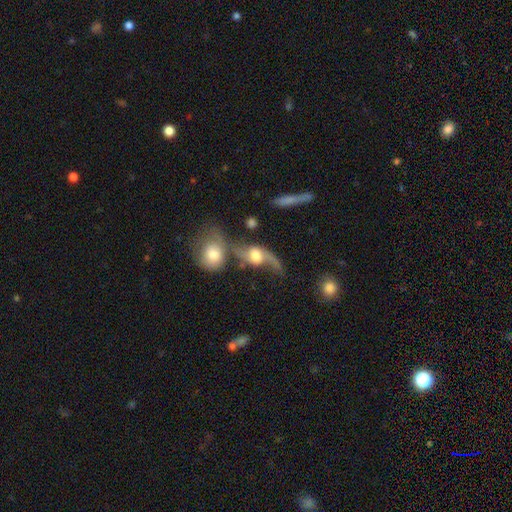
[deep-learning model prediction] This appears to be a featured or disk galaxy (74%) with no bar (55%), 2 (88%) loose (87%) spiral arms (89%) and a moderate central bulge (46%). Merging: none (36%).